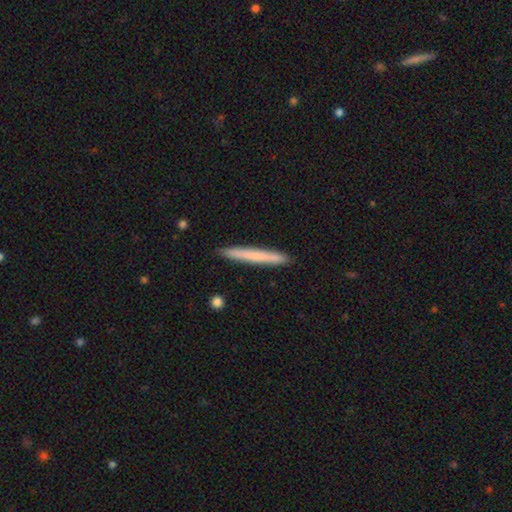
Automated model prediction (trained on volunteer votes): Smooth or featured? Predicted: smooth (p=0.69). How rounded? Predicted: cigar-shaped (p=0.97). Merging? Predicted: none (p=0.92).